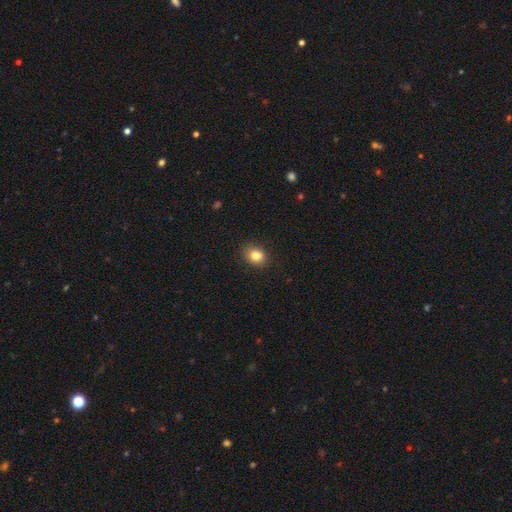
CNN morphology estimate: smooth-or-featured: smooth: 82% | star or artifact: 10% | featured or disk: 7%
  how-rounded: round: 52% | in between: 48% | cigar-shaped: 1%
  merging: none: 84% | minor disturbance: 12% | major disturbance: 3% | merger: 1%